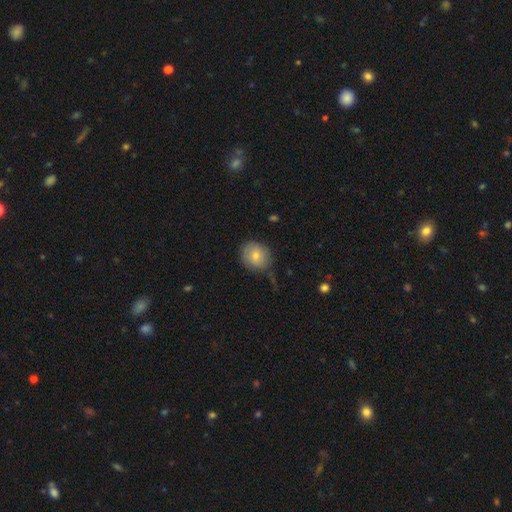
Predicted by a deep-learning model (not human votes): This appears to be a smooth galaxy with no disk features (77%) that is round (79%). Merging: none (70%).